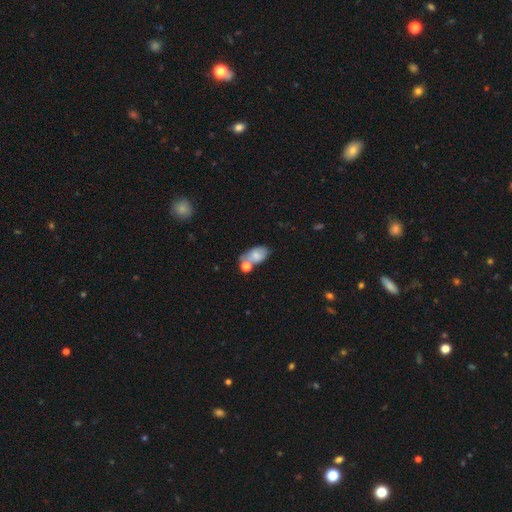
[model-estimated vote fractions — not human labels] Smooth or featured: smooth — 70% (featured or disk — 20%)
How rounded: in between — 90% (round — 8%)
Merging: none — 41% (merger — 31%)